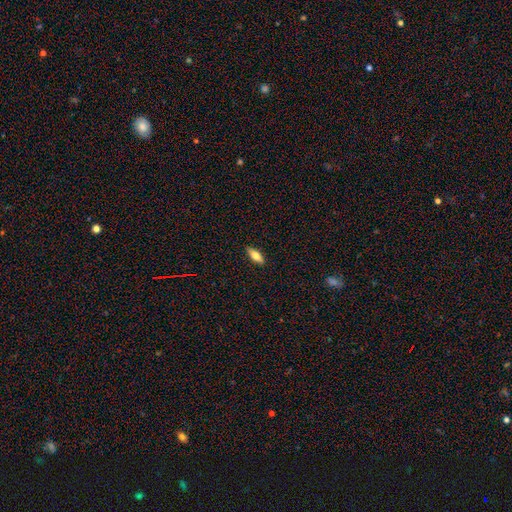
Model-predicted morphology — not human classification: The model was most divided on "how rounded": in between: 68%, cigar-shaped: 30%, round: 3%. More confident: merging — none (89%); smooth or featured — smooth (69%).